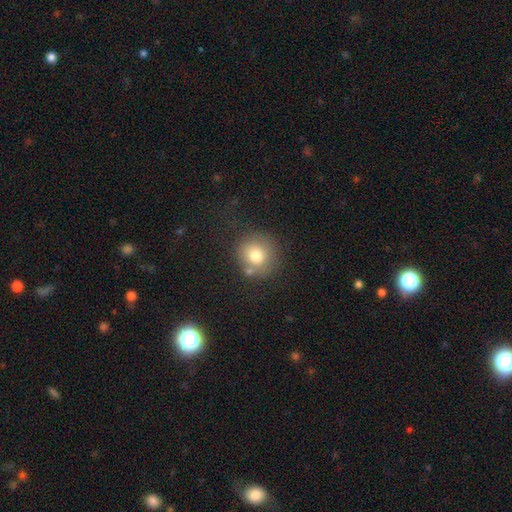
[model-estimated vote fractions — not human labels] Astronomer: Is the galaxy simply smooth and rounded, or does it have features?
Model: smooth — 75%.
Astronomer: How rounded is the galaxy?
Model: round — 89%.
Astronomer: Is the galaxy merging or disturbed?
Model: none — 70%.